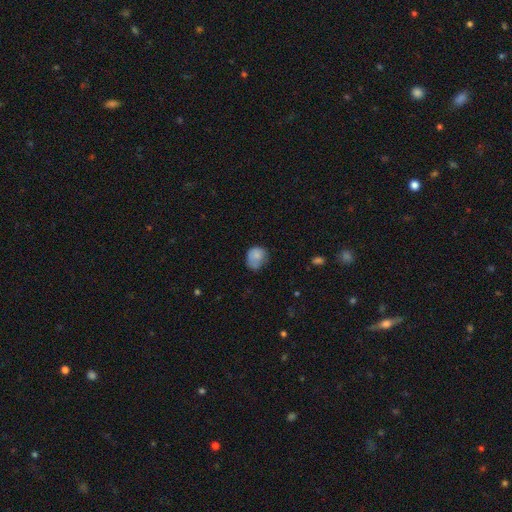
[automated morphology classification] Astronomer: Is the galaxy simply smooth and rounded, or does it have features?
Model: smooth — 80%.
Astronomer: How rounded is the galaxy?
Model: round — 63%.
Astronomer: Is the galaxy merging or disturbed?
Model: none — 46% (runner-up: minor disturbance, 36%).